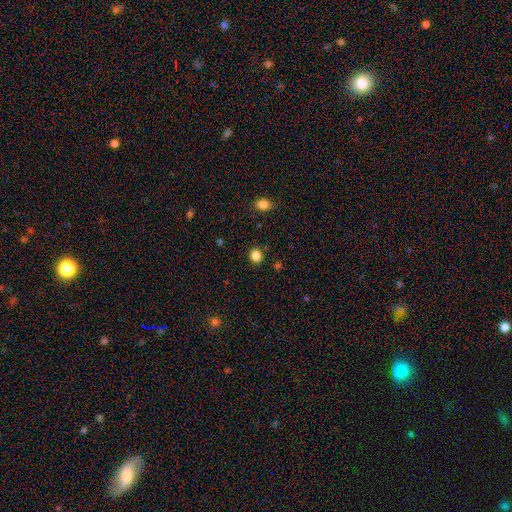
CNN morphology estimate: type=smooth (85%); roundness=round (71%); merging=none (89%).